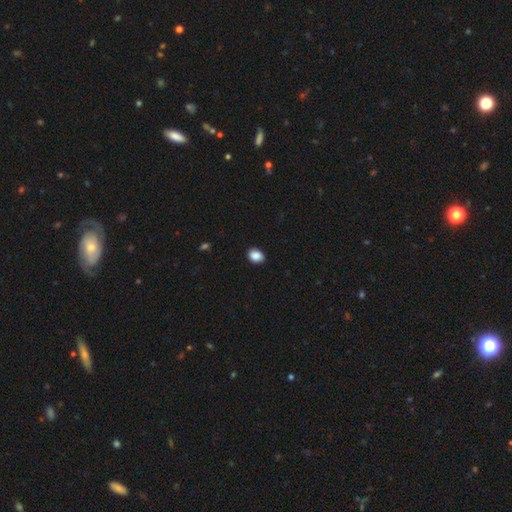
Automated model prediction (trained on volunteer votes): Smooth or featured? Predicted: smooth (p=0.89). How rounded? Predicted: in between (p=0.58). Merging? Predicted: none (p=0.89).